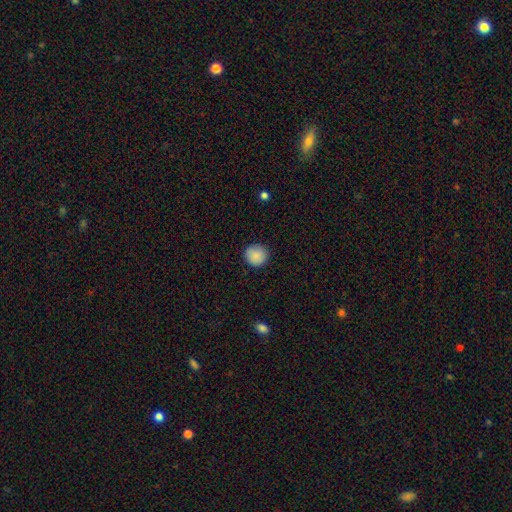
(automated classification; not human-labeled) Smooth or featured?
  - smooth: 88% *
  - star or artifact: 8%
  - featured or disk: 5%
How rounded?
  - round: 92% *
  - in between: 7%
  - cigar-shaped: 1%
Merging?
  - none: 89% *
  - minor disturbance: 8%
  - major disturbance: 2%
  - merger: 1%